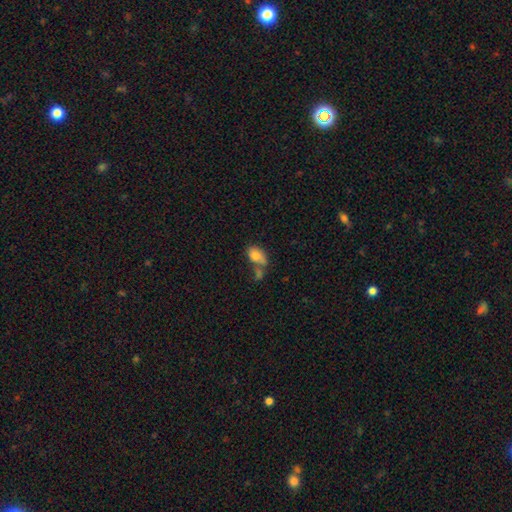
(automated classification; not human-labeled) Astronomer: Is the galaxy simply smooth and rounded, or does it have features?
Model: smooth — 79%.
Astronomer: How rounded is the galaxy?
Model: in between — 86%.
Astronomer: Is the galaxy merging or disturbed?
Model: merger — 38% (runner-up: none, 35%).